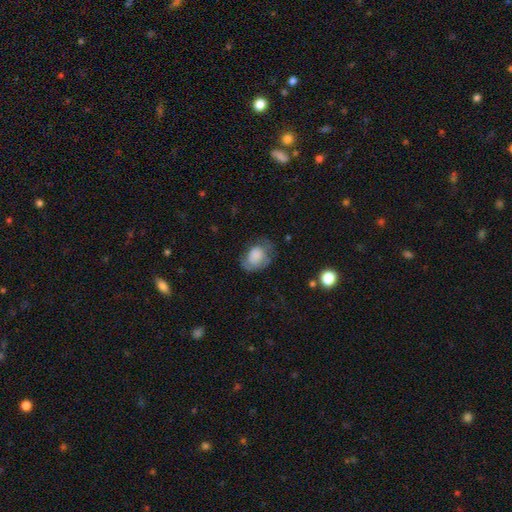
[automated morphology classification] smooth-or-featured: smooth: 68% | featured or disk: 24% | star or artifact: 8%
  how-rounded: in between: 70% | round: 29% | cigar-shaped: 1%
  merging: none: 44% | minor disturbance: 32% | major disturbance: 22% | merger: 2%